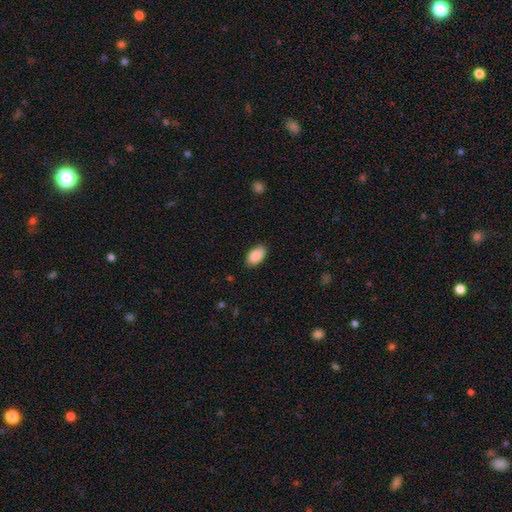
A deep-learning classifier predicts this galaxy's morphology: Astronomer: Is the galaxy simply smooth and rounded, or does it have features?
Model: smooth — 88%.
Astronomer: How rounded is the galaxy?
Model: in between — 94%.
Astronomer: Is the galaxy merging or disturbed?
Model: none — 86%.